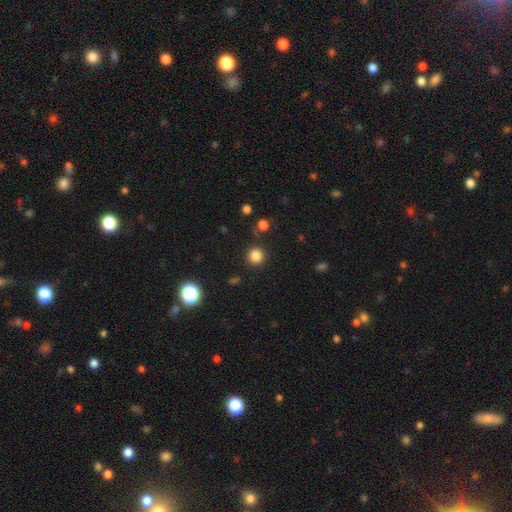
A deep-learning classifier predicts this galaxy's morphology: This is clearly a smooth galaxy (83%). How rounded: clearly round (94%). Merging: clearly none (88%).